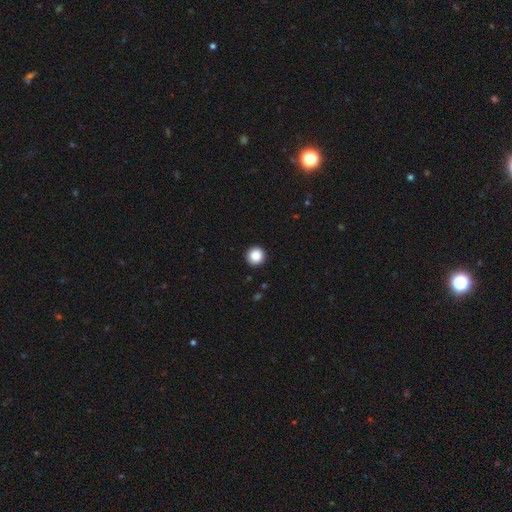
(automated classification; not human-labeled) Smooth or featured: smooth — 86% (star or artifact — 9%)
How rounded: round — 96% (in between — 3%)
Merging: none — 94% (minor disturbance — 4%)